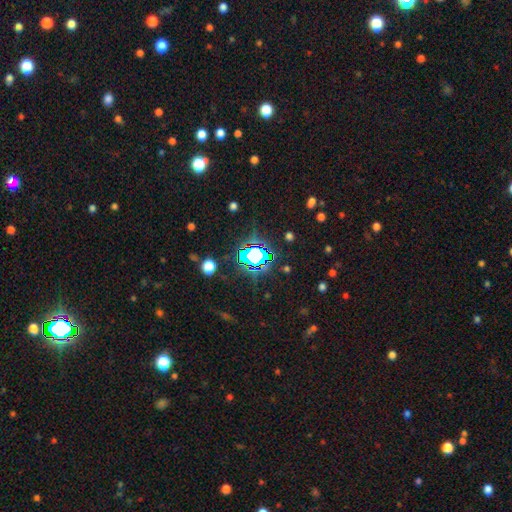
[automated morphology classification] The model was most divided on "smooth or featured": star or artifact: 68%, smooth: 20%, featured or disk: 12%.